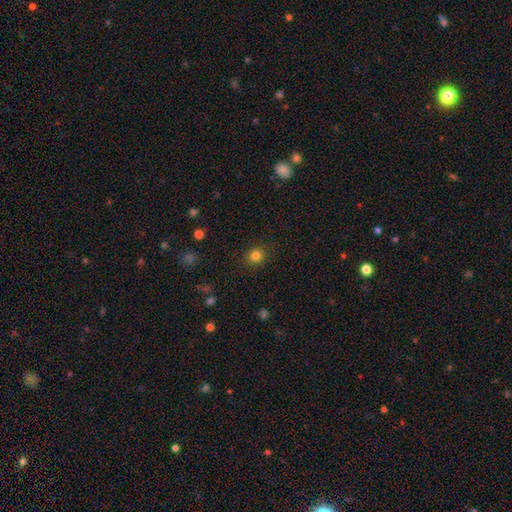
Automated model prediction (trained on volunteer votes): This is clearly a smooth galaxy (82%). How rounded: likely round (80%). Merging: clearly none (90%).